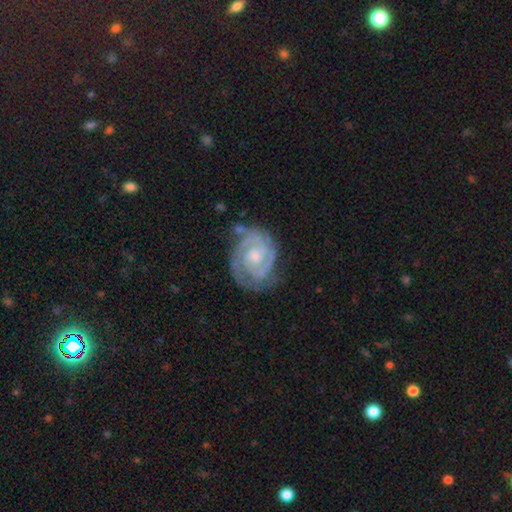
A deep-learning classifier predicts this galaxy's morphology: Smooth or featured?
  - featured or disk: 89% *
  - smooth: 6%
  - star or artifact: 5%
Edge-on disk?
  - no: 98% *
  - yes: 2%
Bar?
  - no: 61% *
  - weak: 31%
  - strong: 7%
Spiral arms?
  - yes: 97% *
  - no: 3%
Spiral winding?
  - tight: 72% *
  - medium: 25%
  - loose: 4%
Spiral arm count?
  - 2: 69% *
  - 3: 14%
  - can't tell: 10%
  - 1: 3%
  - 4: 2%
  - more than 4: 2%
Bulge size?
  - moderate: 46% *
  - small: 42%
  - none: 7%
  - large: 4%
  - dominant: 1%
Merging?
  - none: 69% *
  - minor disturbance: 20%
  - major disturbance: 7%
  - merger: 3%